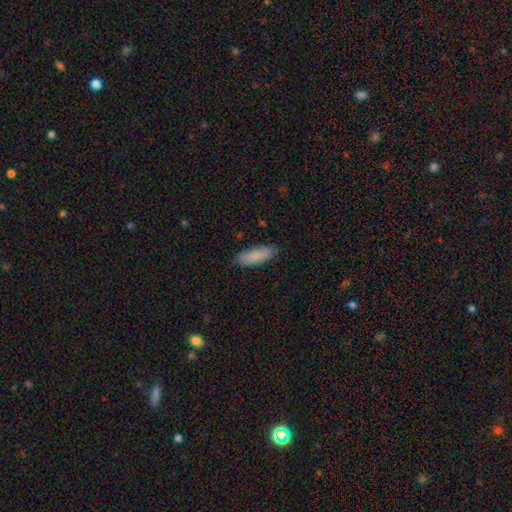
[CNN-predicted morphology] This appears to be a smooth galaxy with no disk features (87%) that is in between round and cigar-shaped (60%). Merging: none (85%).